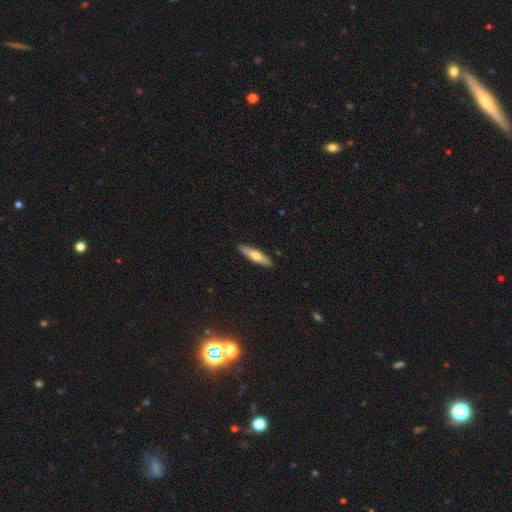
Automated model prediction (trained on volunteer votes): This is likely a smooth galaxy (62%). How rounded: likely cigar-shaped (77%). Merging: clearly none (89%).